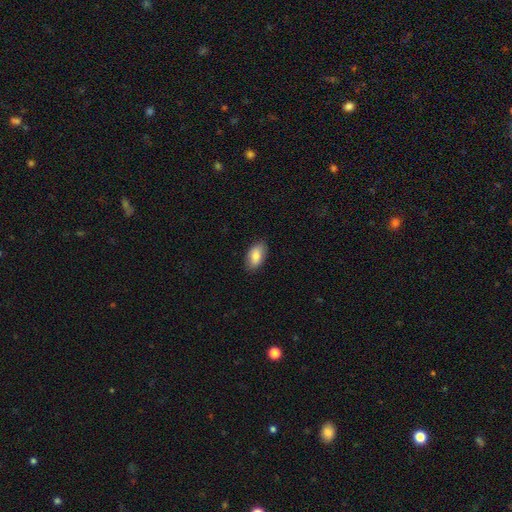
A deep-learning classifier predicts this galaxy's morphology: The model was most divided on "smooth or featured": smooth: 83%, featured or disk: 10%, star or artifact: 7%. More confident: how rounded — in between (94%); merging — none (87%).